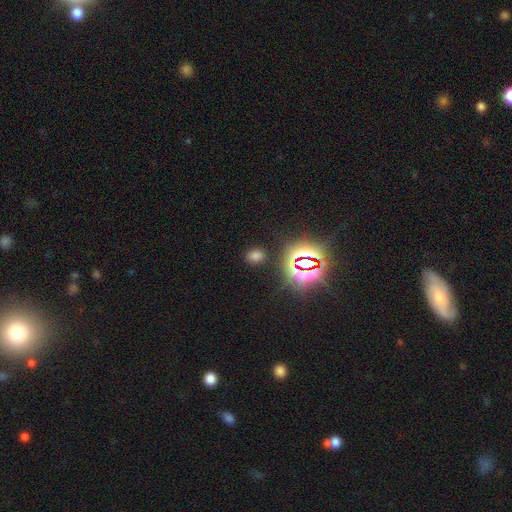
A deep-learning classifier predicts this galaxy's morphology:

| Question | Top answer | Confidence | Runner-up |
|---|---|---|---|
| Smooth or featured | smooth | 62% | star or artifact (32%) |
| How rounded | in between | 54% | round (44%) |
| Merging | none | 86% | minor disturbance (9%) |